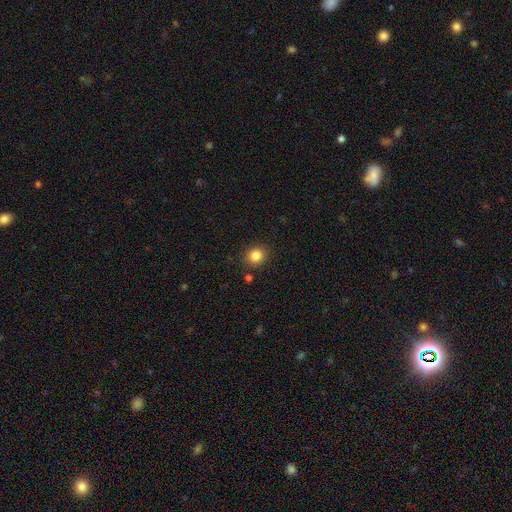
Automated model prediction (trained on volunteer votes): smooth_or_featured: smooth (p=0.84) [alt: star or artifact p=0.11]
how_rounded: round (p=0.74) [alt: in between p=0.25]
merging: none (p=0.87) [alt: minor disturbance p=0.08]